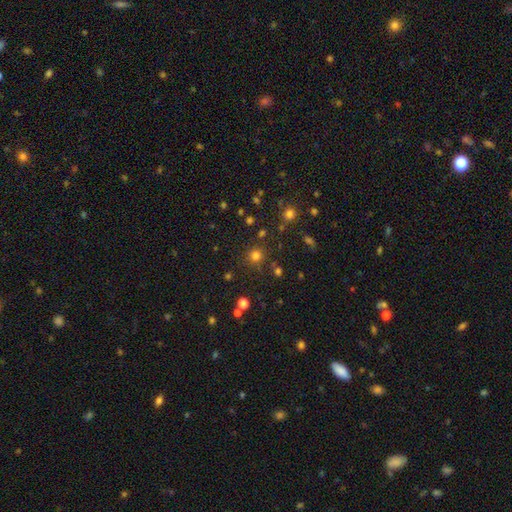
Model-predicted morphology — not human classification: type=smooth (75%); roundness=round (93%); merging=none (84%).